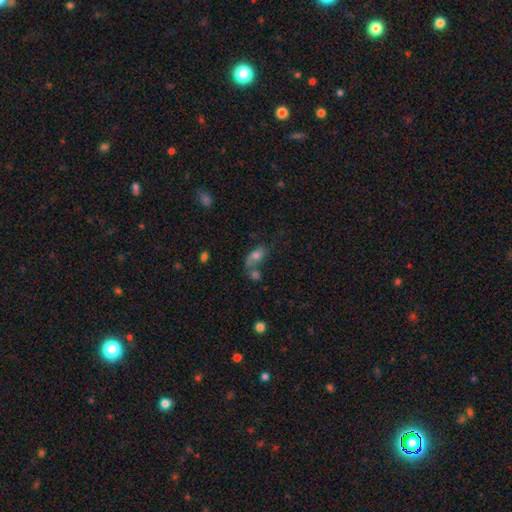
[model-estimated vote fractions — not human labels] The model was most divided on "merging" (2-way tie): merger: 37%, none: 37%, minor disturbance: 16%, major disturbance: 11%. More confident: how rounded — in between (85%); smooth or featured — smooth (69%).